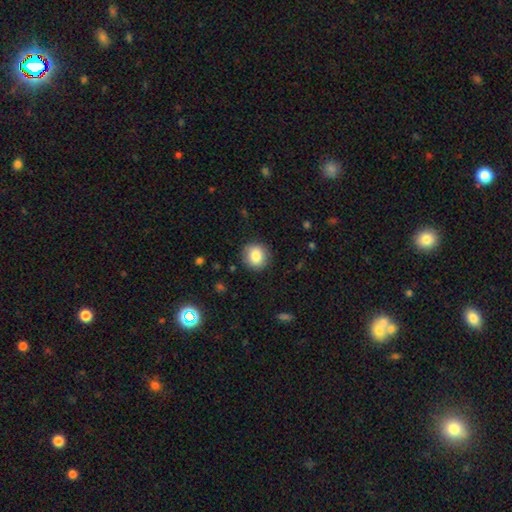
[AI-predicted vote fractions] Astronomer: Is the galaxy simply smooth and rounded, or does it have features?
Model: smooth — 84%.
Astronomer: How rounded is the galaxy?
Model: round — 88%.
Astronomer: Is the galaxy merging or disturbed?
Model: none — 88%.